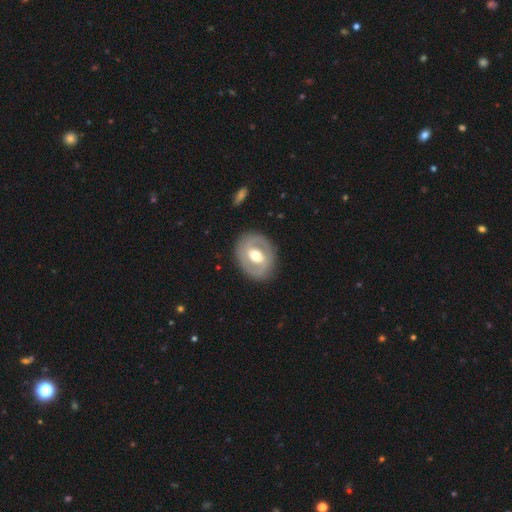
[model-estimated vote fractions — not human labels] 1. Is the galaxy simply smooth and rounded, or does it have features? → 65% featured or disk, 31% smooth, 5% star or artifact.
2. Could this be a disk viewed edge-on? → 95% no, 5% yes.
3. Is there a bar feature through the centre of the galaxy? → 39% weak, 34% no, 27% strong.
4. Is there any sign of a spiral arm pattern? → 56% no, 44% yes.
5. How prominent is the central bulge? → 71% moderate, 18% large, 9% small, 1% dominant, 1% none.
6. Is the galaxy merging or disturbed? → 85% none, 10% minor disturbance, 4% major disturbance, 1% merger.